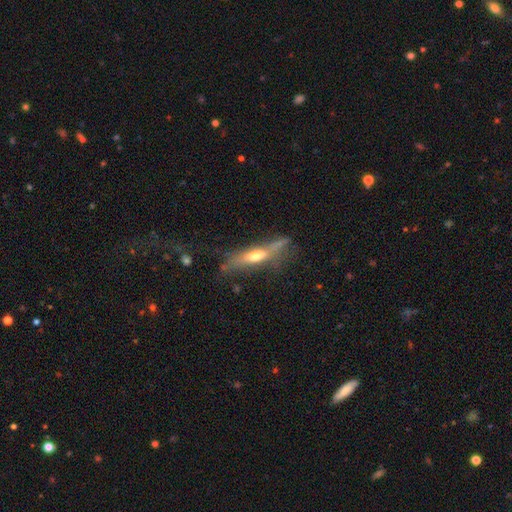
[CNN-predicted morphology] Overall: featured or disk (47%; smooth 46%). Merging: none (56%; minor disturbance 24%).